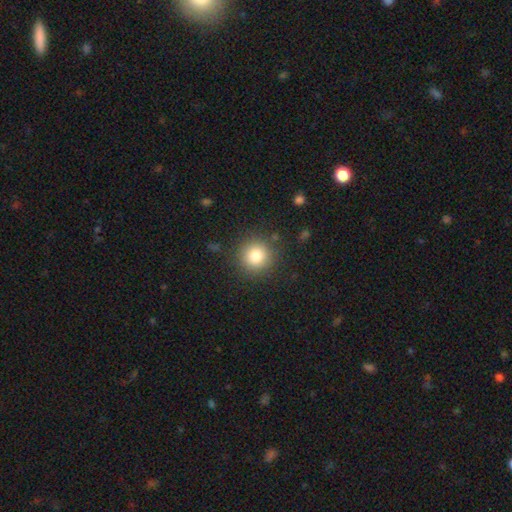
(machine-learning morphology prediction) Smooth or featured? Predicted: smooth (p=0.82). How rounded? Predicted: round (p=0.94). Merging? Predicted: none (p=0.88).